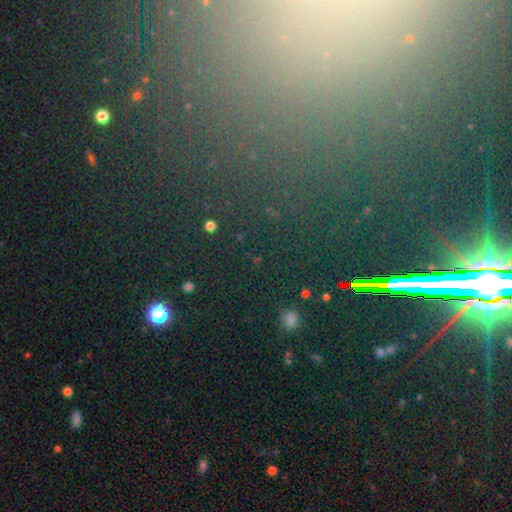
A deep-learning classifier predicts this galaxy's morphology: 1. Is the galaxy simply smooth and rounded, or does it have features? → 74% star or artifact, 15% smooth, 11% featured or disk.